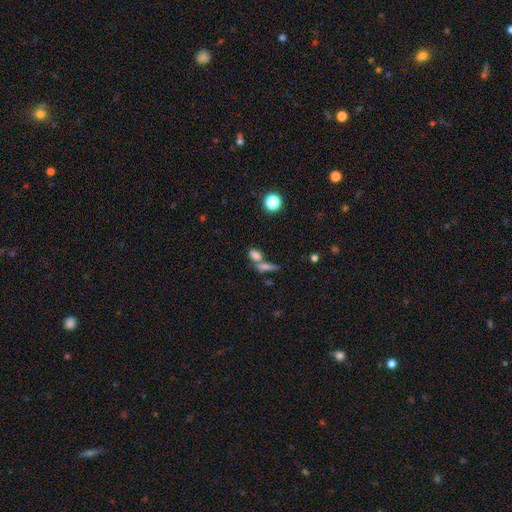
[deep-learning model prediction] smooth_or_featured: smooth (p=0.75) [alt: star or artifact p=0.13]
how_rounded: in between (p=0.61) [alt: round p=0.20]
merging: none (p=0.45) [alt: merger p=0.40]